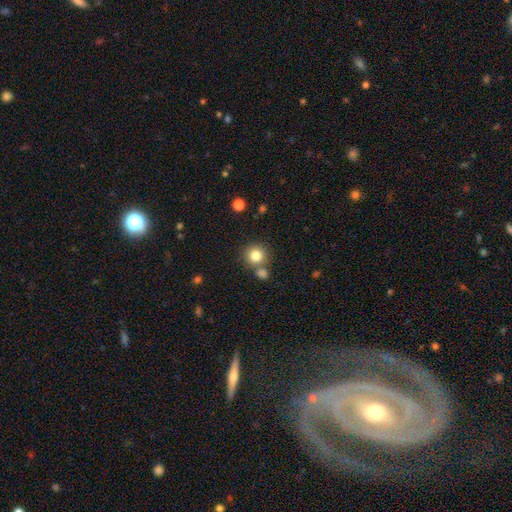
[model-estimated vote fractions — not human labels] This is clearly a smooth galaxy (81%). How rounded: clearly round (91%). Merging: likely none (68%).